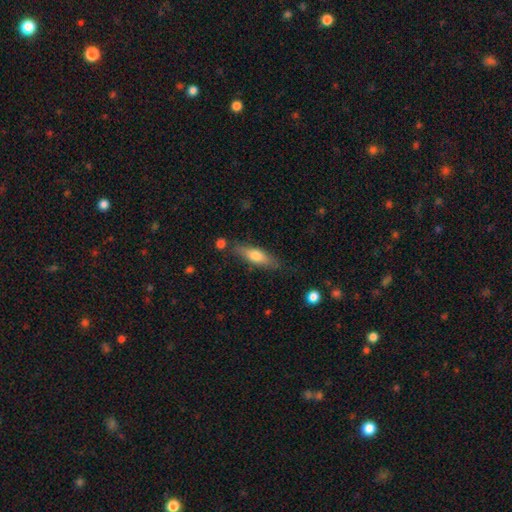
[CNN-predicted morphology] A smooth galaxy with no disk features (65%) that is cigar-shaped (55%).

Vote fractions:
- Smooth or featured? smooth: 65% / featured or disk: 29% / star or artifact: 6%
- How rounded? cigar-shaped: 55% / in between: 42% / round: 2%
- Merging? none: 77% / minor disturbance: 16% / merger: 4% / major disturbance: 4%